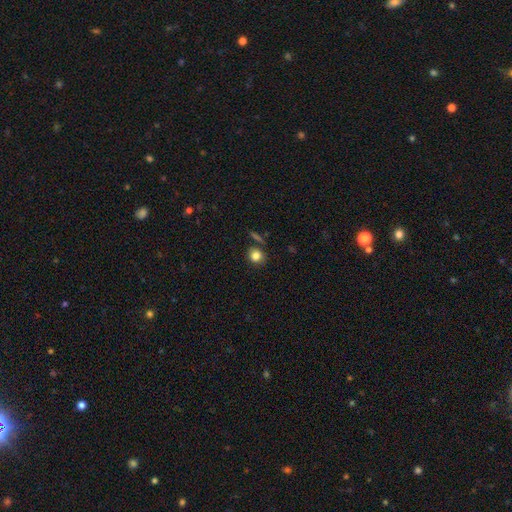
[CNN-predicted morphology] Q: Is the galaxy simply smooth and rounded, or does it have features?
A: smooth — 82%.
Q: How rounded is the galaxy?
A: round — 83%.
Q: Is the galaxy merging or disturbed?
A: none — 78%.